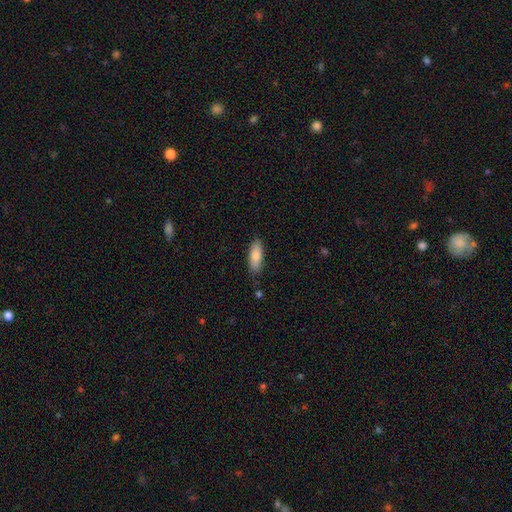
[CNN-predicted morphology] Q: Smooth or featured?
A: smooth (83%); runner-up: featured or disk (11%)
Q: How rounded?
A: in between (70%); runner-up: cigar-shaped (28%)
Q: Merging?
A: none (83%); runner-up: minor disturbance (13%)